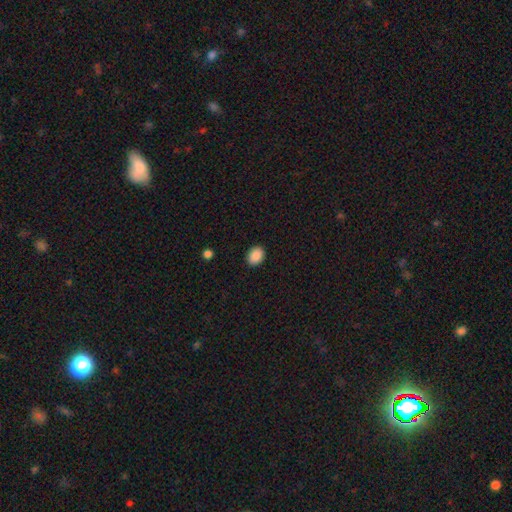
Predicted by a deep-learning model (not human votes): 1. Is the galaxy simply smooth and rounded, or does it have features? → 89% smooth, 8% star or artifact, 3% featured or disk.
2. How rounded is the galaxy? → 62% in between, 37% round, 1% cigar-shaped.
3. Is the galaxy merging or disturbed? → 90% none, 7% minor disturbance, 2% major disturbance, 1% merger.